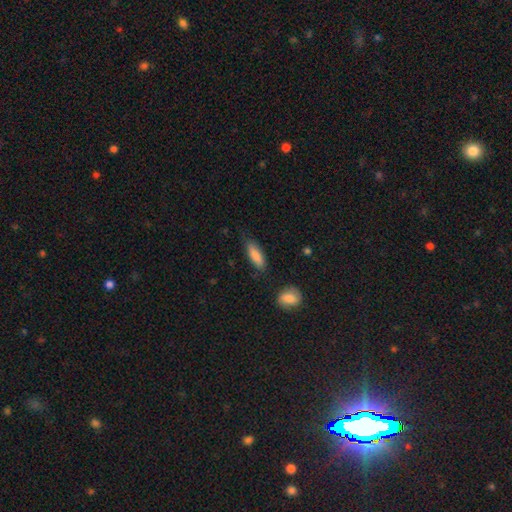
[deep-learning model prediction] Overall: smooth (86%). How rounded: in between (63%; cigar-shaped 35%). Merging: none (74%).